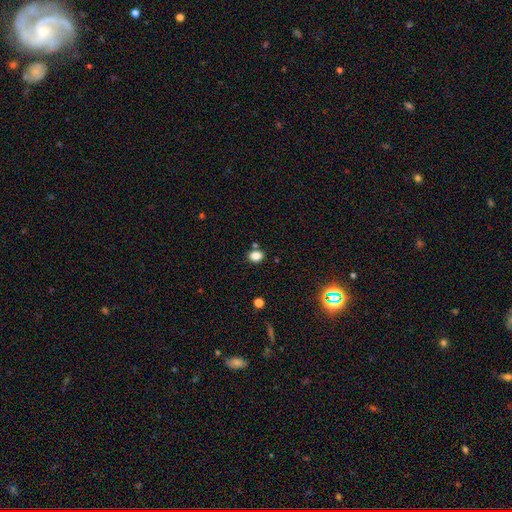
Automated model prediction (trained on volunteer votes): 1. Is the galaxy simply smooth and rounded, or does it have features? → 83% smooth, 13% star or artifact, 4% featured or disk.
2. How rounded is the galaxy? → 57% in between, 42% round, 1% cigar-shaped.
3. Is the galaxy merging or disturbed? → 78% none, 11% minor disturbance, 8% merger, 3% major disturbance.